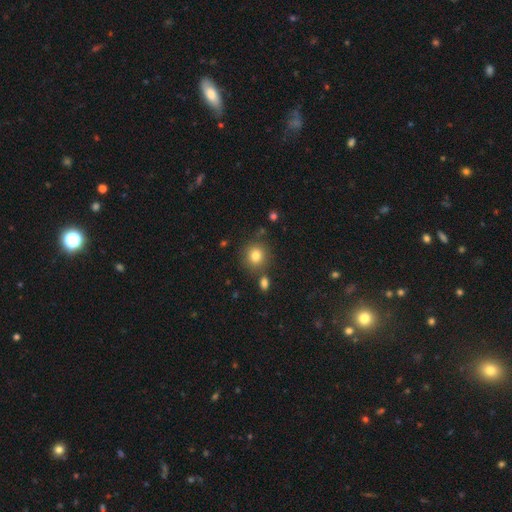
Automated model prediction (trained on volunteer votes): A smooth galaxy with no disk features (80%) that is round (88%). Merging: none (79%).